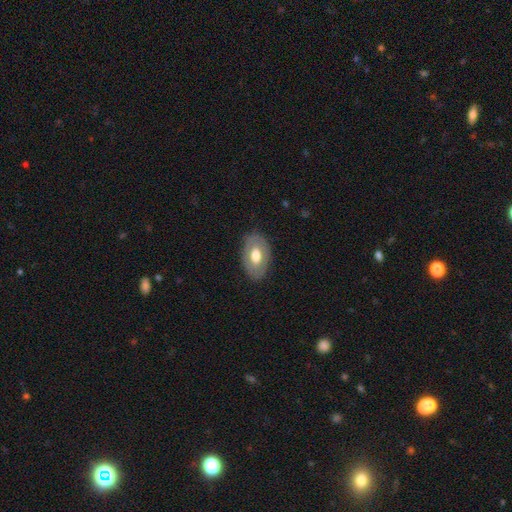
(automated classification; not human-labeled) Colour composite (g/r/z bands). It shows a smooth galaxy with no disk features (54%) that is in between round and cigar-shaped (91%). Merging: none (82%).